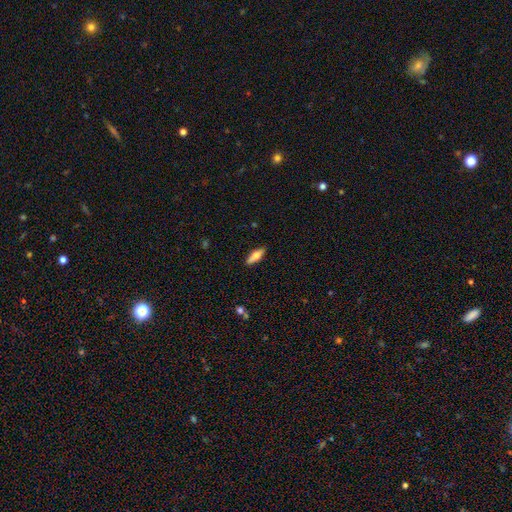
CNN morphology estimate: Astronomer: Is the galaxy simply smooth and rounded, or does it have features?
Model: smooth — 63%.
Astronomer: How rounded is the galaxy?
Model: in between — 54% (runner-up: cigar-shaped, 43%).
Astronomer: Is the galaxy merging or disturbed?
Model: none — 88%.